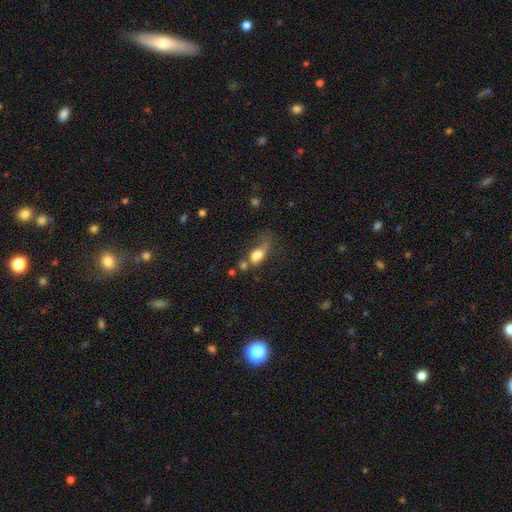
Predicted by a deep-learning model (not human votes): Smooth or featured?
  - smooth: 74% *
  - featured or disk: 15%
  - star or artifact: 11%
How rounded?
  - in between: 77% *
  - round: 17%
  - cigar-shaped: 6%
Merging?
  - major disturbance: 37% *
  - merger: 23%
  - minor disturbance: 21%
  - none: 19%